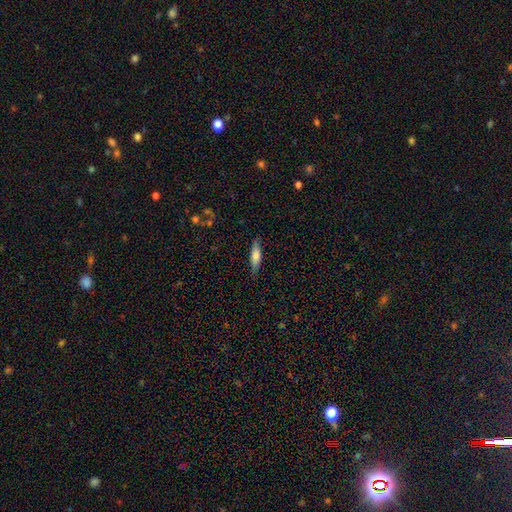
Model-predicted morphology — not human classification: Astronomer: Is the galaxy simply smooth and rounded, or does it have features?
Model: smooth — 66%.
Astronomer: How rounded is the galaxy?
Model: cigar-shaped — 60% (runner-up: in between, 38%).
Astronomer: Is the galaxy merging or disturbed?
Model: none — 81%.